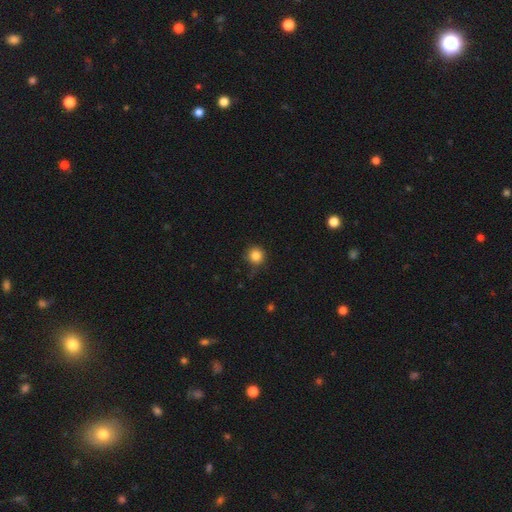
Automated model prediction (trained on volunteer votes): This is clearly a smooth galaxy (84%). How rounded: clearly round (94%). Merging: likely none (77%).